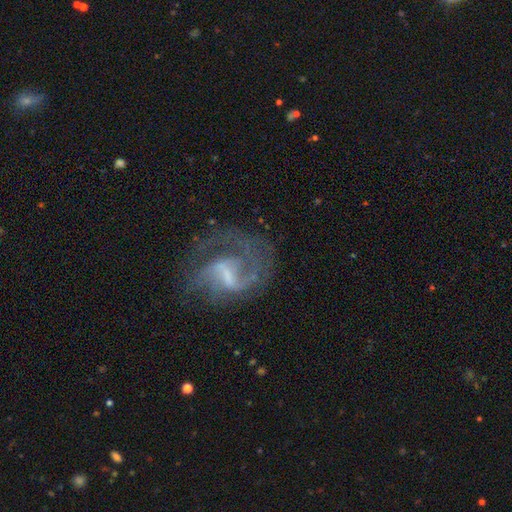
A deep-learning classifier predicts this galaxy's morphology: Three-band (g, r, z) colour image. It shows a featured or disk galaxy (75%) with a weak bar (52%), 2 (56%) medium (48%) spiral arms (91%) and a small central bulge (43%). Merging: none (63%).